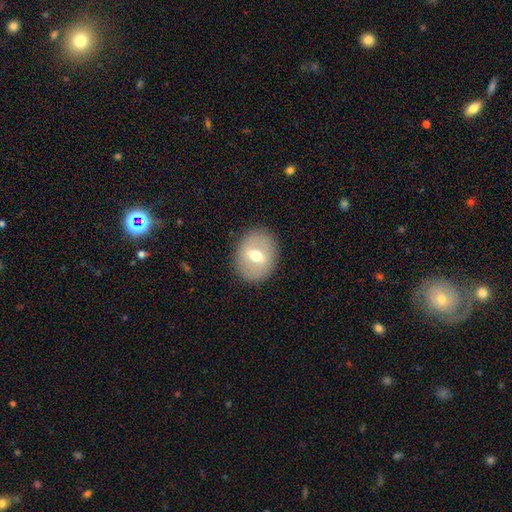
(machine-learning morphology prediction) A smooth galaxy with no disk features (48%). Merging: none (86%).